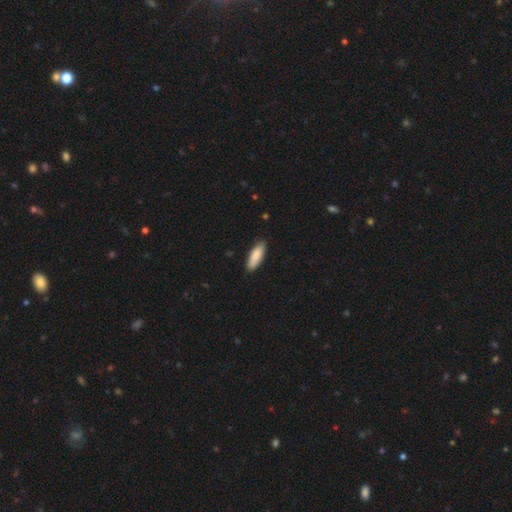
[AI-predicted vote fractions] This is clearly a smooth galaxy (86%). How rounded: possibly in between (57%). Merging: clearly none (85%).